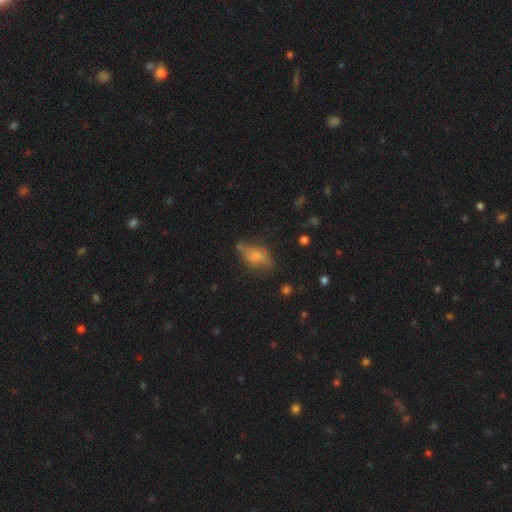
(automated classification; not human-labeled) Morphology: type=smooth (49%); merging=none (56%).